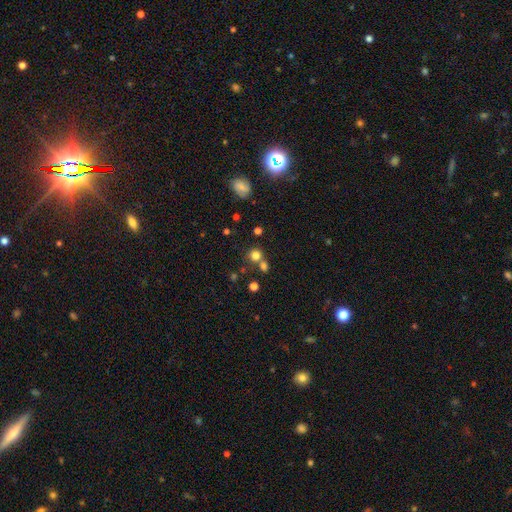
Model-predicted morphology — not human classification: This is likely a smooth galaxy (76%). How rounded: clearly round (88%). Merging: possibly none (59%).